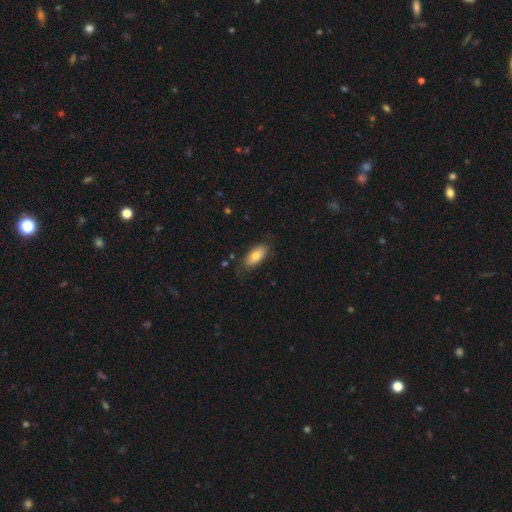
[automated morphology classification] smooth_or_featured: smooth (p=0.76) [alt: featured or disk p=0.17]
how_rounded: in between (p=0.89) [alt: cigar-shaped p=0.08]
merging: none (p=0.77) [alt: minor disturbance p=0.17]